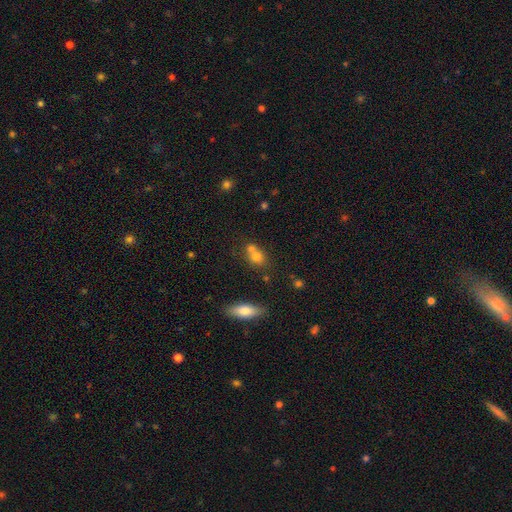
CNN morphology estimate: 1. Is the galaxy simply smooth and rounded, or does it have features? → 72% smooth, 15% featured or disk, 13% star or artifact.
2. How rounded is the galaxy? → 53% round, 44% in between, 4% cigar-shaped.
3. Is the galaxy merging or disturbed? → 49% merger, 38% none, 10% minor disturbance, 4% major disturbance.